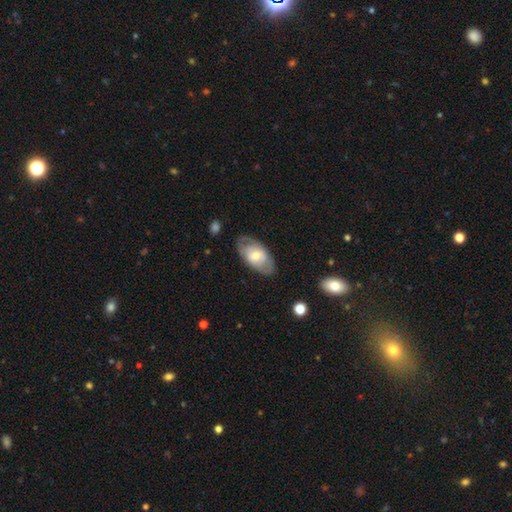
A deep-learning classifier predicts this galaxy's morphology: Q: Smooth or featured?
A: smooth (51%); runner-up: featured or disk (44%)
Q: How rounded?
A: in between (92%); runner-up: round (5%)
Q: Merging?
A: none (74%); runner-up: minor disturbance (18%)